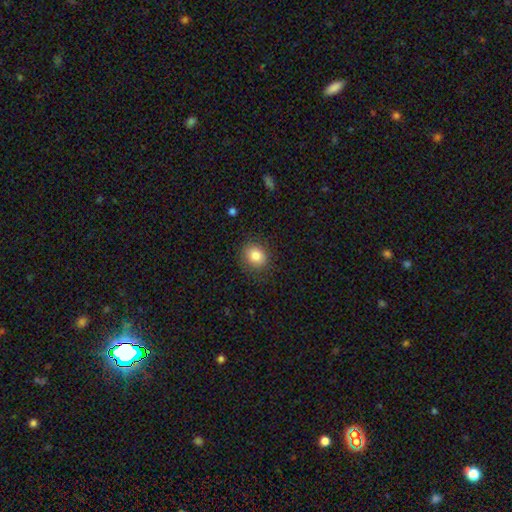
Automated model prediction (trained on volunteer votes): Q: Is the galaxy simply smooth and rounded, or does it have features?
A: smooth — 84%.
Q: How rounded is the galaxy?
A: round — 71%.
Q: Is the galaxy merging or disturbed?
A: none — 85%.